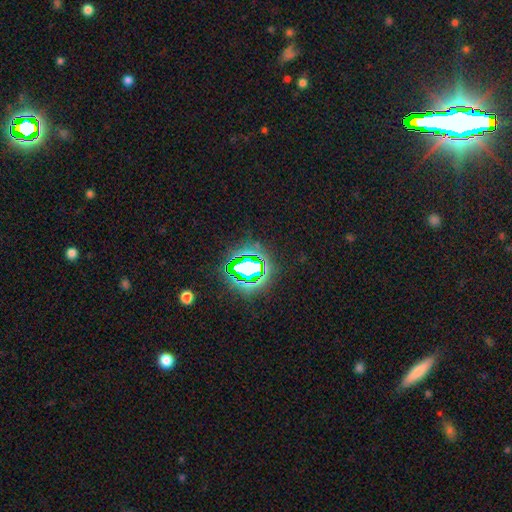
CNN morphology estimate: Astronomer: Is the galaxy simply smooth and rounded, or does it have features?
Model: star or artifact — 81%.